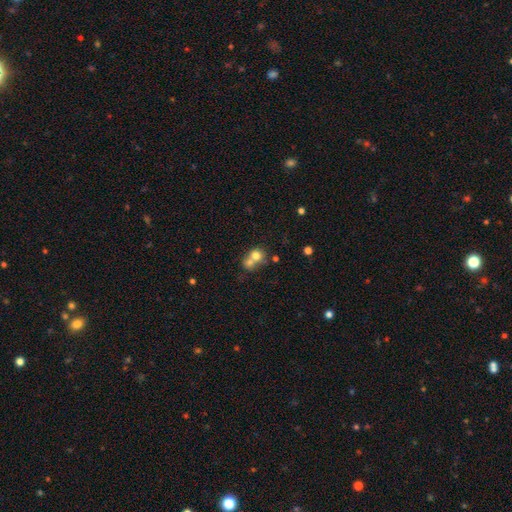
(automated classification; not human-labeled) smooth-or-featured: smooth: 72% | featured or disk: 17% | star or artifact: 12%
  how-rounded: round: 77% | in between: 22% | cigar-shaped: 1%
  merging: merger: 60% | none: 31% | minor disturbance: 6% | major disturbance: 3%